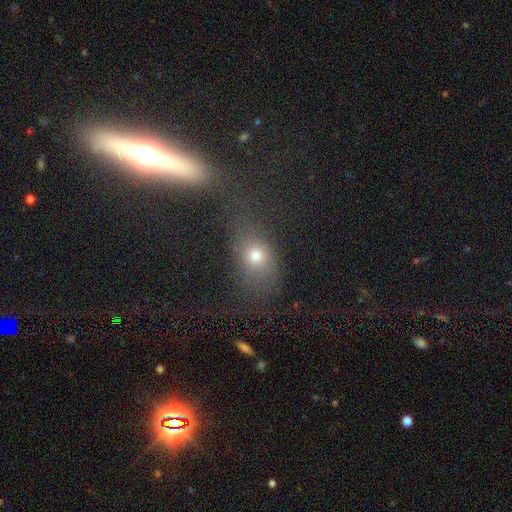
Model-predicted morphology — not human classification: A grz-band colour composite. It shows a smooth galaxy with no disk features (68%) that is in between round and cigar-shaped (51%). Merging: none (50%).